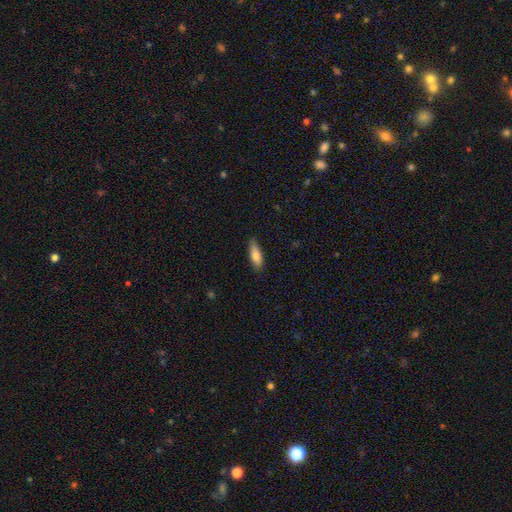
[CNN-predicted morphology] Q: Smooth or featured?
A: smooth (78%); runner-up: featured or disk (16%)
Q: How rounded?
A: in between (62%); runner-up: cigar-shaped (36%)
Q: Merging?
A: none (81%); runner-up: minor disturbance (16%)